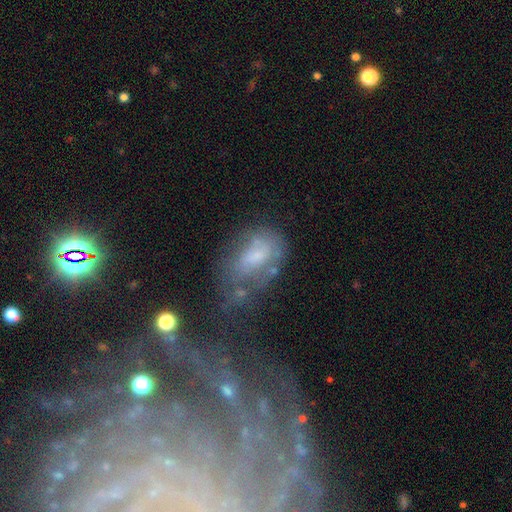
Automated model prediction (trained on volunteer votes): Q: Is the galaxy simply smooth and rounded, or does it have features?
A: smooth — 47%.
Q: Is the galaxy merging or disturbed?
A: none — 33%.